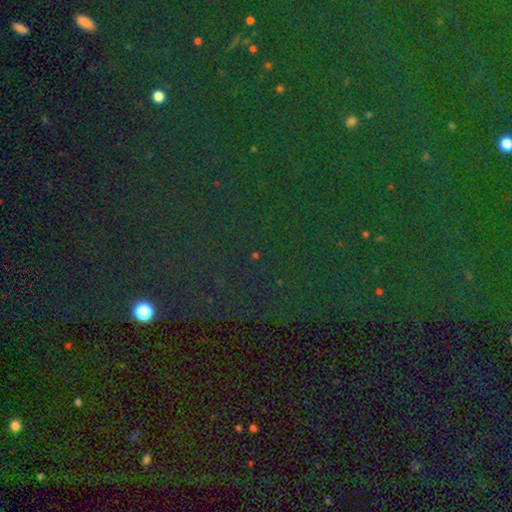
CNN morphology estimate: A star or artifact, not a galaxy (74%).